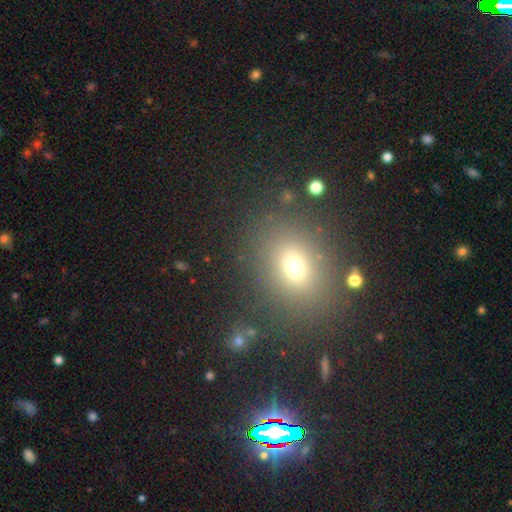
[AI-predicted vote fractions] A smooth galaxy with no disk features (56%) that is in between round and cigar-shaped (53%). Merging: none (84%).